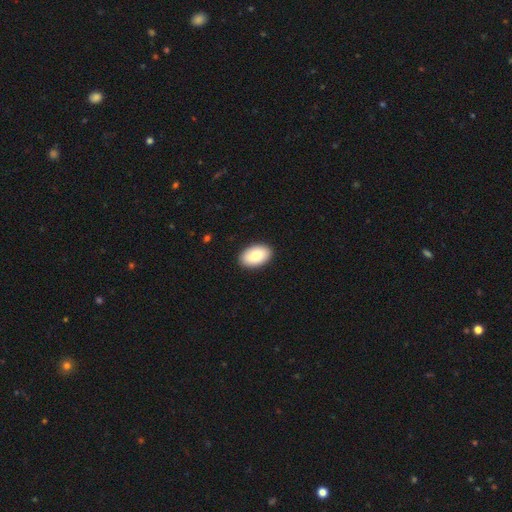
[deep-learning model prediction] The model was most divided on "smooth or featured": smooth: 86%, featured or disk: 8%, star or artifact: 6%. More confident: how rounded — in between (94%); merging — none (91%).